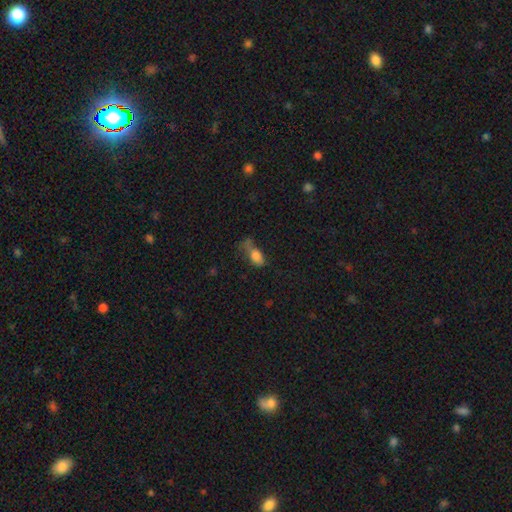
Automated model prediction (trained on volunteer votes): Smooth or featured? smooth (78%)
How rounded? in between (85%)
Merging? none (30%)